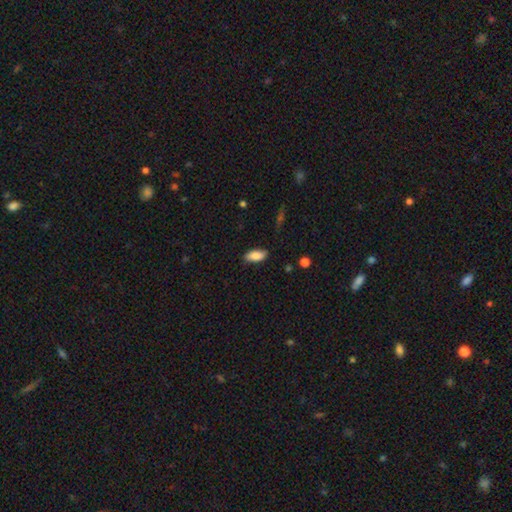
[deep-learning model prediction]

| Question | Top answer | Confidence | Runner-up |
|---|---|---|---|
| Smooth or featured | smooth | 87% | featured or disk (7%) |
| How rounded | in between | 88% | cigar-shaped (10%) |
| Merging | none | 84% | minor disturbance (13%) |